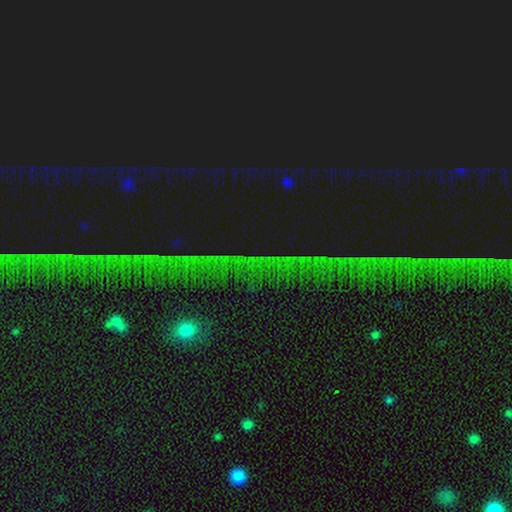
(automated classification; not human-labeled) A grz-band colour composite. It shows a star or artifact, not a galaxy (86%).